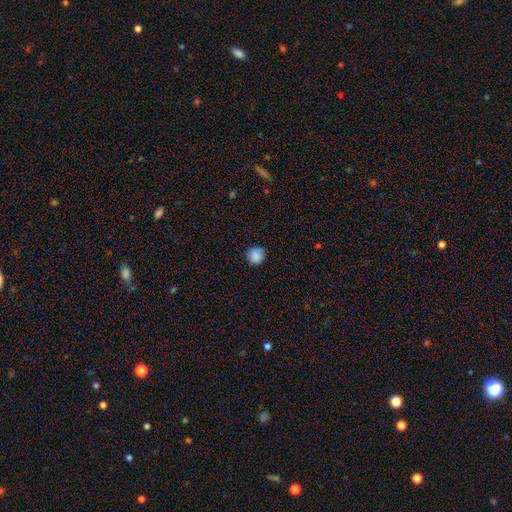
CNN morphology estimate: smooth 86%, star or artifact 9%, featured or disk 5%. Down the decision tree: how rounded — round (93%); merging — none (83%).